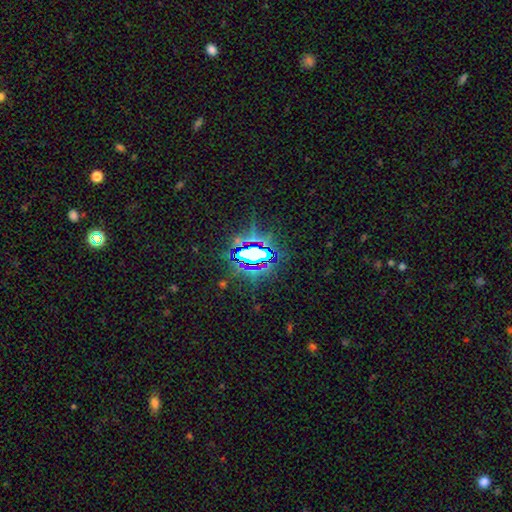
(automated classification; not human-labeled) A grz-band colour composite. It shows a star or artifact, not a galaxy (74%).